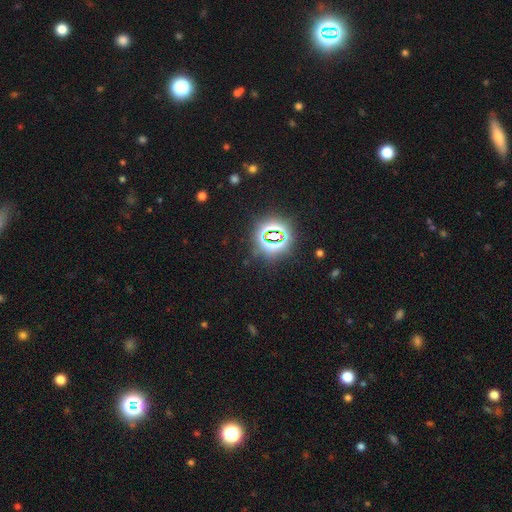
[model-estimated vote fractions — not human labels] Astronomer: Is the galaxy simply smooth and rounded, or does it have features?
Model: star or artifact — 81%.